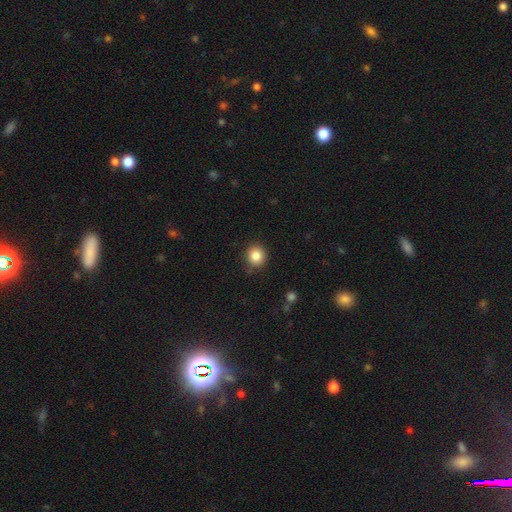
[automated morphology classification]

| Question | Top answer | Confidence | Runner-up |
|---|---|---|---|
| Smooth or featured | smooth | 85% | star or artifact (10%) |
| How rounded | round | 88% | in between (12%) |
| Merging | none | 86% | minor disturbance (10%) |